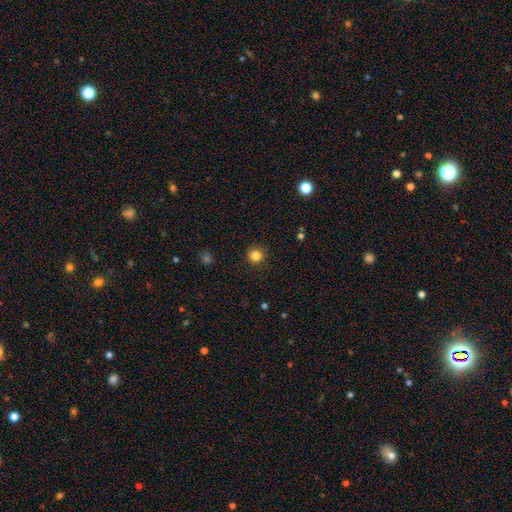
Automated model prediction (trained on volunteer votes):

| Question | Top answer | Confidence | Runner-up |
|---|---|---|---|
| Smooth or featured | smooth | 83% | star or artifact (12%) |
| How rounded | round | 93% | in between (6%) |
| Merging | none | 90% | minor disturbance (7%) |